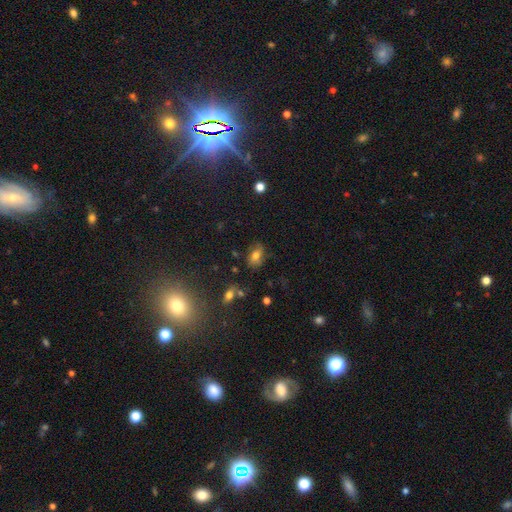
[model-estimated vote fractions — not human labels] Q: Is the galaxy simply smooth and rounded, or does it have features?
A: smooth — 69%.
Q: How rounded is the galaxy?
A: in between — 81%.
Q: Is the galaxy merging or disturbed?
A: none — 71%.